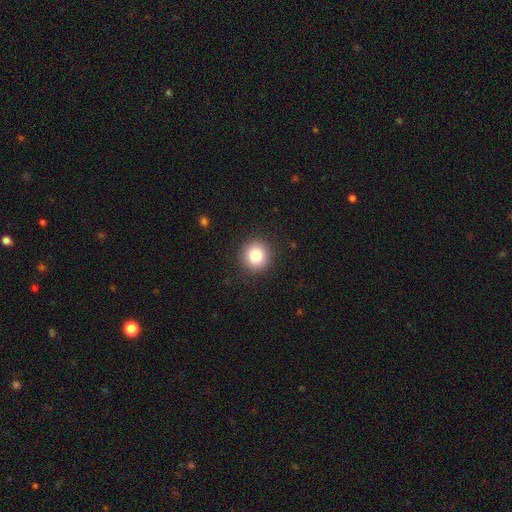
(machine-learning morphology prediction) A smooth galaxy with no disk features (86%) that is round (90%).

Vote fractions:
- Smooth or featured? smooth: 86% / star or artifact: 9% / featured or disk: 5%
- How rounded? round: 90% / in between: 9% / cigar-shaped: 1%
- Merging? none: 90% / minor disturbance: 7% / major disturbance: 2% / merger: 1%